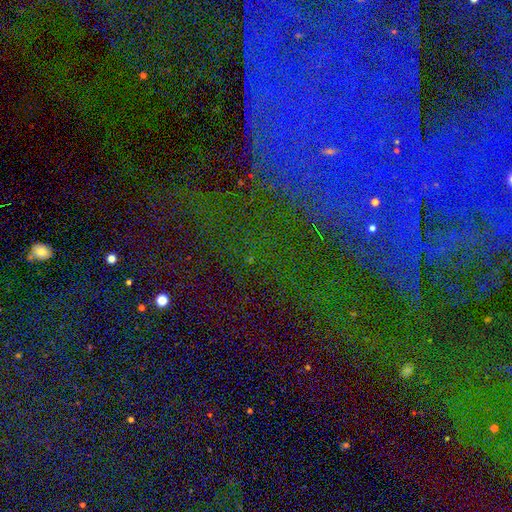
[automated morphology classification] The model was most divided on "smooth or featured": star or artifact: 79%, featured or disk: 12%, smooth: 9%.